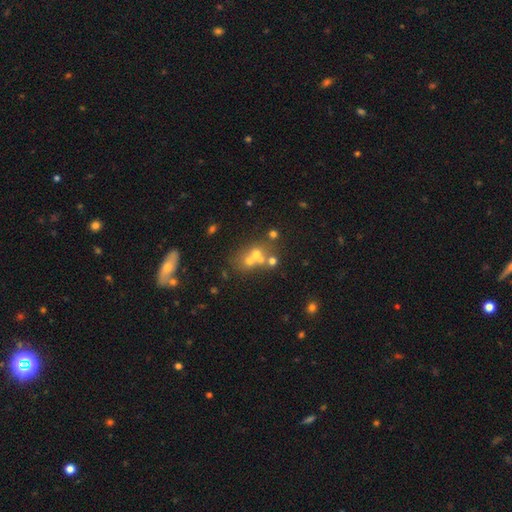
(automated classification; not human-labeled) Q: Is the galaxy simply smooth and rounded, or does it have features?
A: smooth — 49%.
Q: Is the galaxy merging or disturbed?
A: merger — 50%.